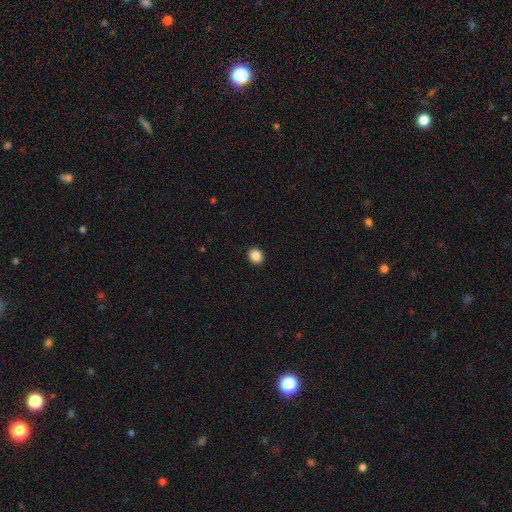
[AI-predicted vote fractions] Q: Smooth or featured?
A: smooth (88%); runner-up: star or artifact (9%)
Q: How rounded?
A: round (70%); runner-up: in between (29%)
Q: Merging?
A: none (93%); runner-up: minor disturbance (5%)